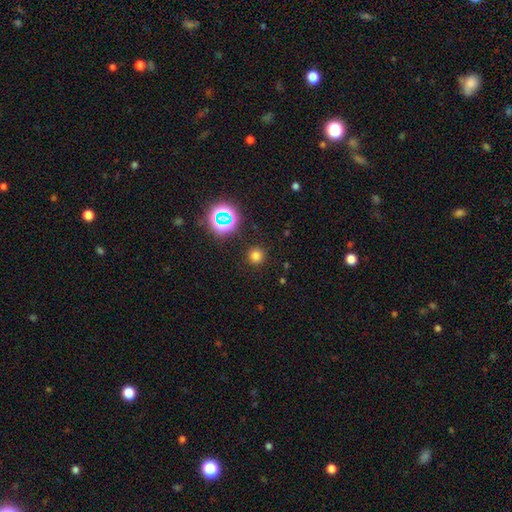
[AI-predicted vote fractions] Smooth or featured? smooth (73%)
How rounded? round (95%)
Merging? none (90%)